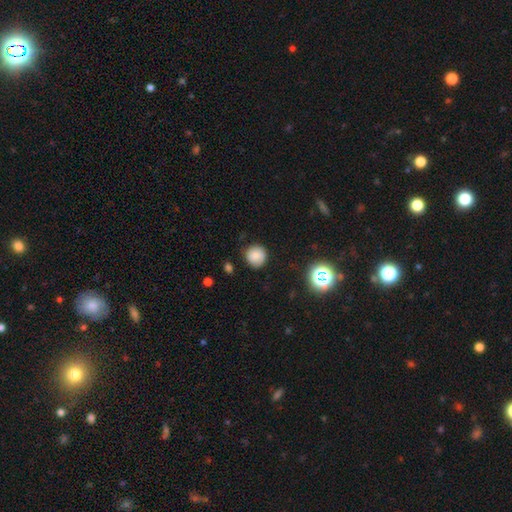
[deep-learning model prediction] This is clearly a smooth galaxy (82%). How rounded: clearly round (92%). Merging: clearly none (82%).